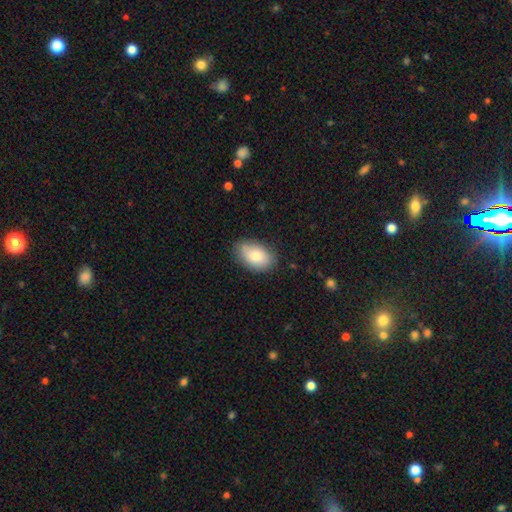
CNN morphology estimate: smooth_or_featured: smooth (p=0.78) [alt: featured or disk p=0.15]
how_rounded: in between (p=0.90) [alt: round p=0.09]
merging: none (p=0.79) [alt: minor disturbance p=0.16]